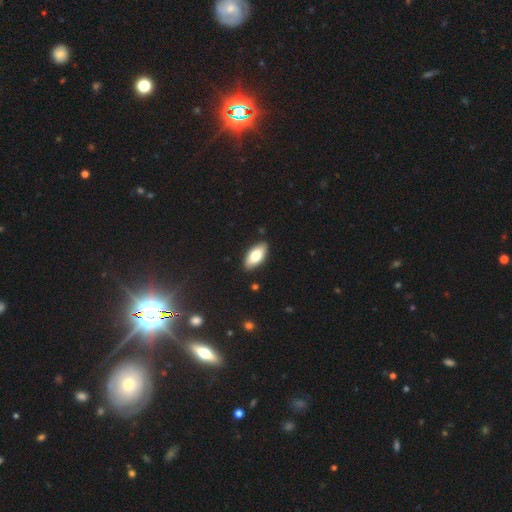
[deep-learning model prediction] smooth_or_featured: smooth (p=0.77) [alt: featured or disk p=0.17]
how_rounded: in between (p=0.90) [alt: cigar-shaped p=0.08]
merging: none (p=0.88) [alt: minor disturbance p=0.09]